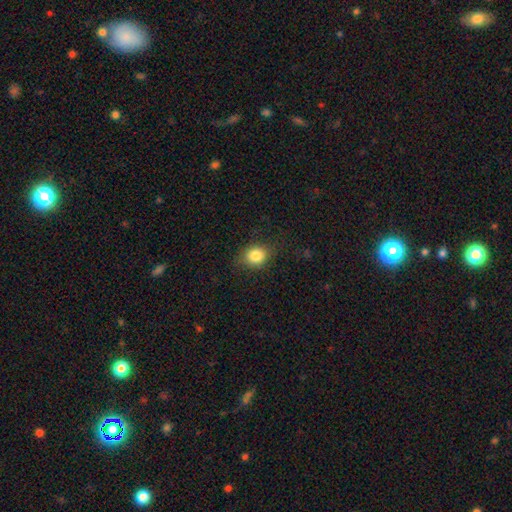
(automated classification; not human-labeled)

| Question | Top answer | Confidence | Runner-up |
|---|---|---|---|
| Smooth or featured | smooth | 82% | star or artifact (10%) |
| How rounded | round | 61% | in between (38%) |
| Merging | none | 77% | minor disturbance (17%) |